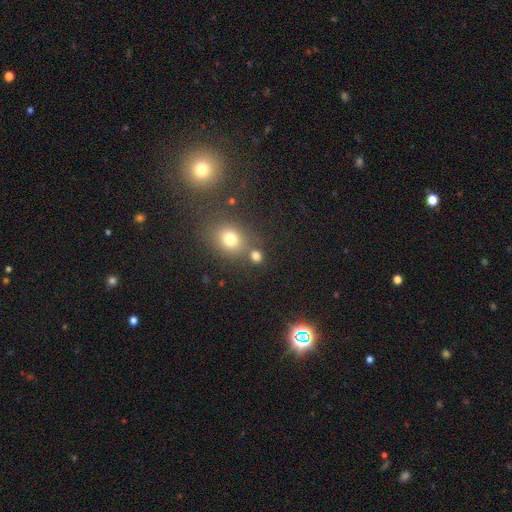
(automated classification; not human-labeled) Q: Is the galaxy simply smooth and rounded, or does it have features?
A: smooth — 75%.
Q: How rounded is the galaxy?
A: round — 79%.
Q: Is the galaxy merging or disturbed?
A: none — 70%.